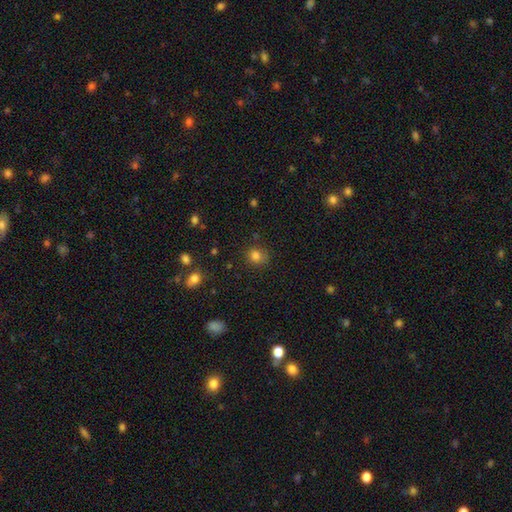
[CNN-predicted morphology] Smooth or featured? smooth (81%)
How rounded? round (76%)
Merging? none (77%)